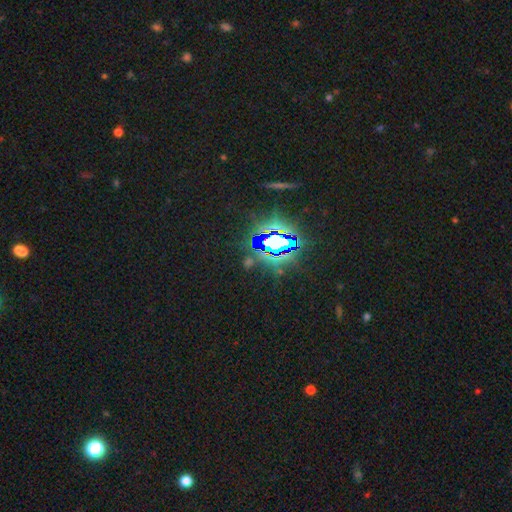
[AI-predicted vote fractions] A star or artifact, not a galaxy (84%).